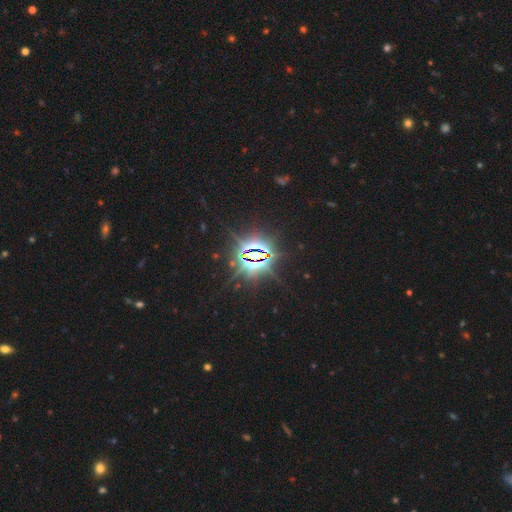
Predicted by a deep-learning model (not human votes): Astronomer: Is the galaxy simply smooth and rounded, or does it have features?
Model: star or artifact — 86%.